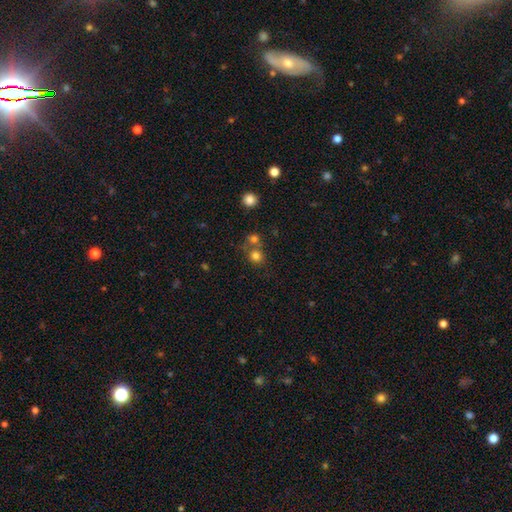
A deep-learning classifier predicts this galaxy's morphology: A smooth galaxy with no disk features (77%) that is round (83%).

Vote fractions:
- Smooth or featured? smooth: 77% / star or artifact: 14% / featured or disk: 8%
- How rounded? round: 83% / in between: 16% / cigar-shaped: 1%
- Merging? none: 55% / merger: 32% / minor disturbance: 9% / major disturbance: 4%